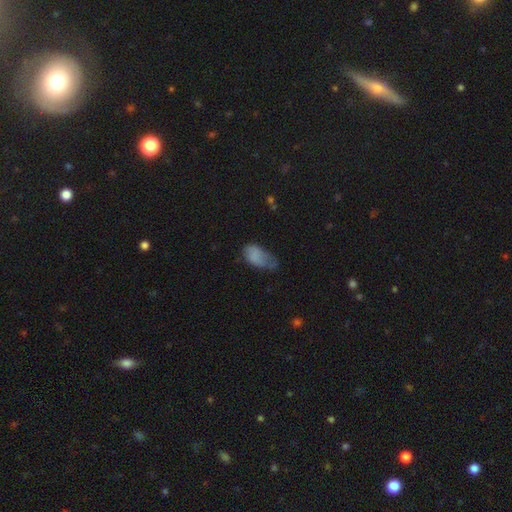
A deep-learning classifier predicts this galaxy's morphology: Smooth or featured?
  - smooth: 75% *
  - featured or disk: 16%
  - star or artifact: 9%
How rounded?
  - in between: 93% *
  - round: 4%
  - cigar-shaped: 2%
Merging?
  - minor disturbance: 38% *
  - major disturbance: 32%
  - none: 27%
  - merger: 3%